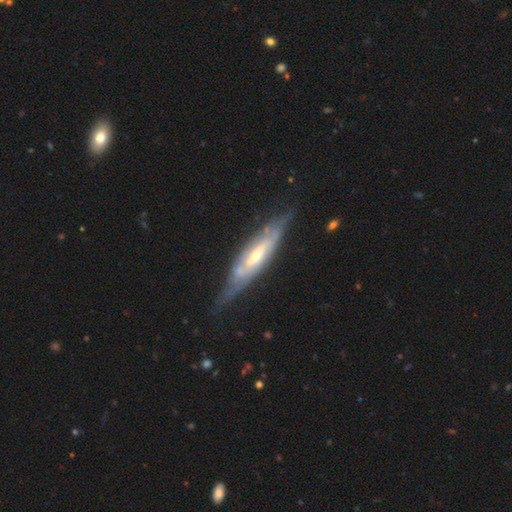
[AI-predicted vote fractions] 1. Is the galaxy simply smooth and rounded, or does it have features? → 78% featured or disk, 17% smooth, 5% star or artifact.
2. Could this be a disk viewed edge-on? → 50% no (tied), 50% yes (tied).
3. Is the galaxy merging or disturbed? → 64% none, 24% minor disturbance, 9% major disturbance, 3% merger.